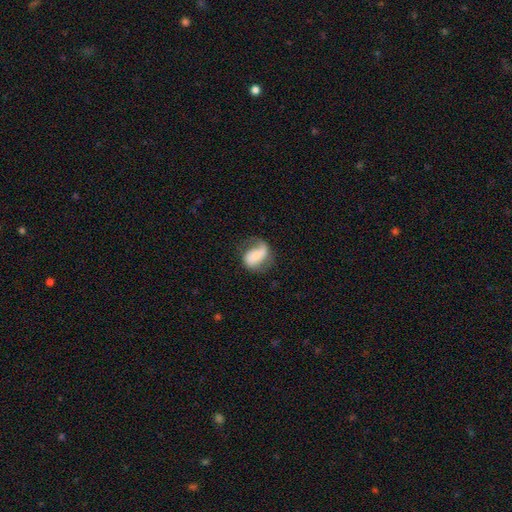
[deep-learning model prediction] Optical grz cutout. It shows a featured or disk galaxy (53%) with no bar (45%), spiral arms (85%) and a small central bulge (31%). Merging: none (44%).